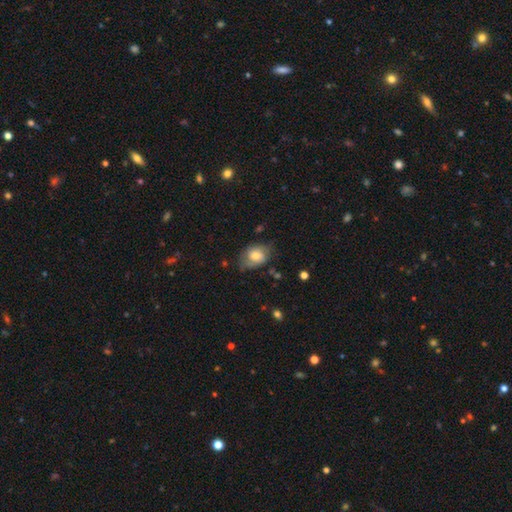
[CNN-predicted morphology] This appears to be a smooth galaxy with no disk features (65%) that is in between round and cigar-shaped (68%). Merging: none (54%).